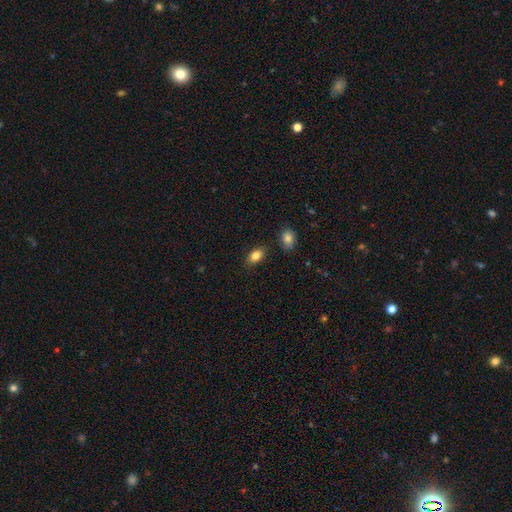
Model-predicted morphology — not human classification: Q: Smooth or featured?
A: smooth (84%); runner-up: star or artifact (8%)
Q: How rounded?
A: in between (87%); runner-up: round (11%)
Q: Merging?
A: none (84%); runner-up: minor disturbance (11%)